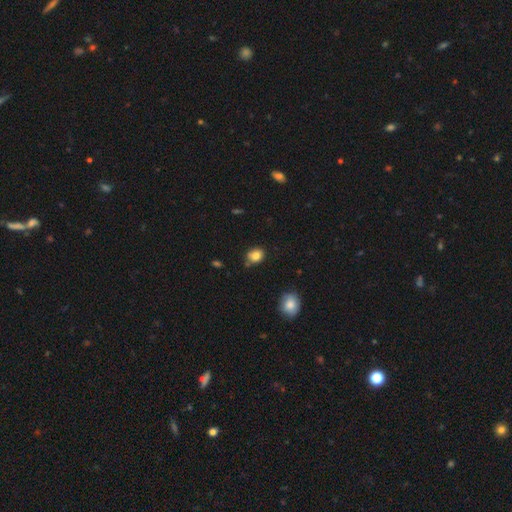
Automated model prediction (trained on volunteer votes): This is clearly a smooth galaxy (83%). How rounded: possibly round (51%). Merging: likely none (68%).